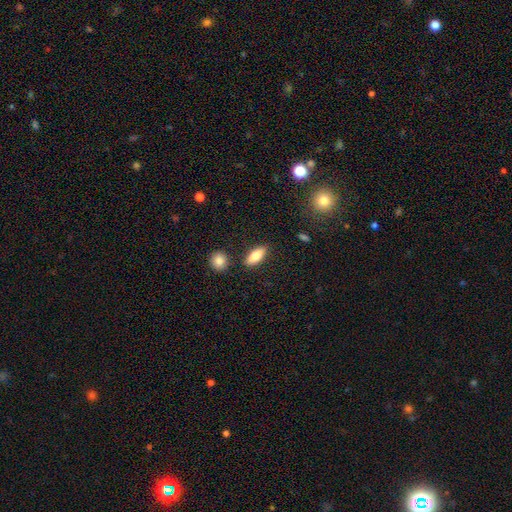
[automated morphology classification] Smooth or featured? Predicted: smooth (p=0.77). How rounded? Predicted: in between (p=0.76). Merging? Predicted: none (p=0.84).